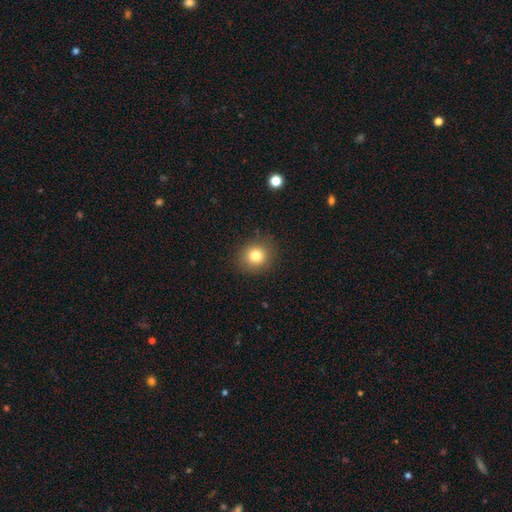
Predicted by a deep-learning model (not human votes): Smooth or featured? Predicted: smooth (p=0.81). How rounded? Predicted: round (p=0.82). Merging? Predicted: none (p=0.88).